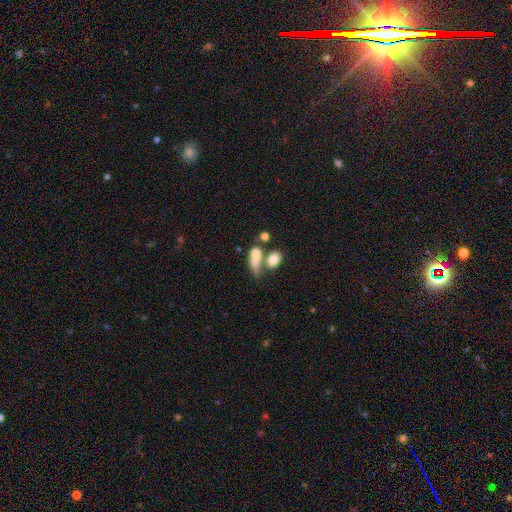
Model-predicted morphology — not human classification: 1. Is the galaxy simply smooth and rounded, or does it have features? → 76% smooth, 16% featured or disk, 8% star or artifact.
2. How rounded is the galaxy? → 77% in between, 14% round, 10% cigar-shaped.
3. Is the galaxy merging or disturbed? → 49% merger, 24% none, 14% major disturbance, 13% minor disturbance.